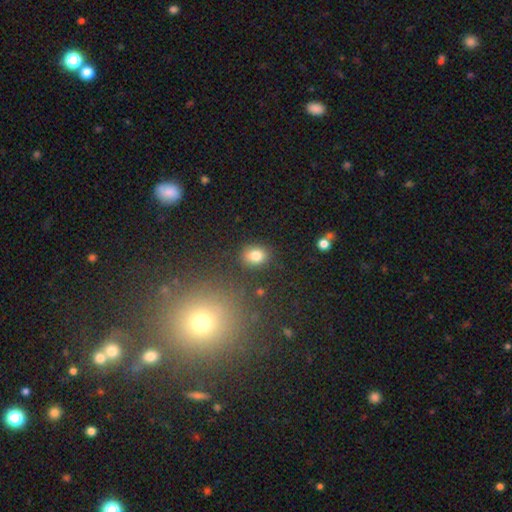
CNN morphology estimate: Smooth or featured? smooth (82%)
How rounded? in between (50%)
Merging? none (84%)